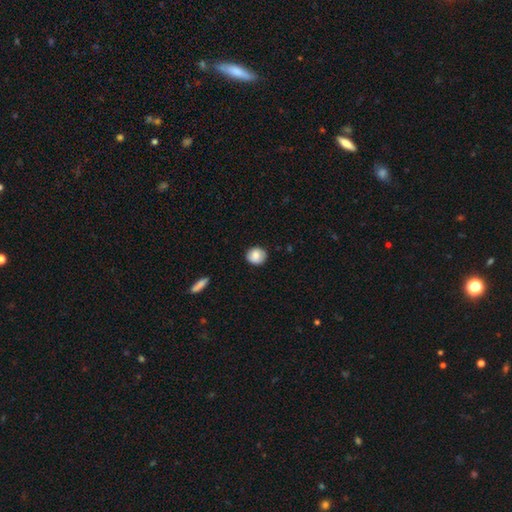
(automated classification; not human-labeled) Overall: smooth (83%). How rounded: round (83%). Merging: none (86%).